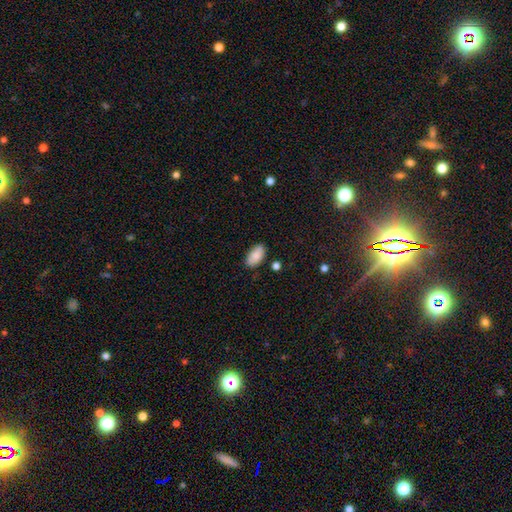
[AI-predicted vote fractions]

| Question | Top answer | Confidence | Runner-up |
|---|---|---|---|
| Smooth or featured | smooth | 86% | featured or disk (7%) |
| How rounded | in between | 94% | round (3%) |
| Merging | none | 80% | minor disturbance (14%) |